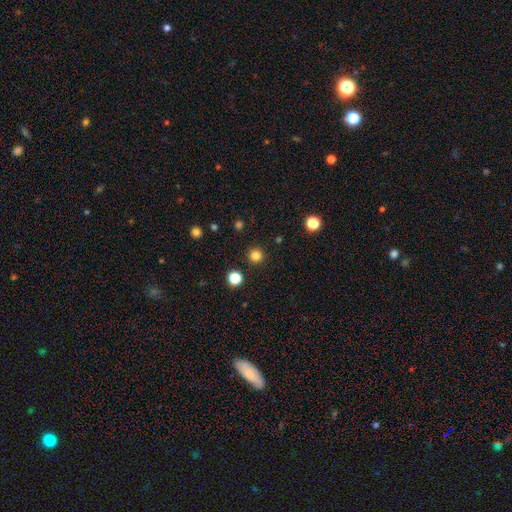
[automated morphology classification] smooth-or-featured: smooth: 82% | star or artifact: 14% | featured or disk: 4%
  how-rounded: round: 96% | in between: 3% | cigar-shaped: 1%
  merging: none: 92% | minor disturbance: 5% | major disturbance: 2% | merger: 1%